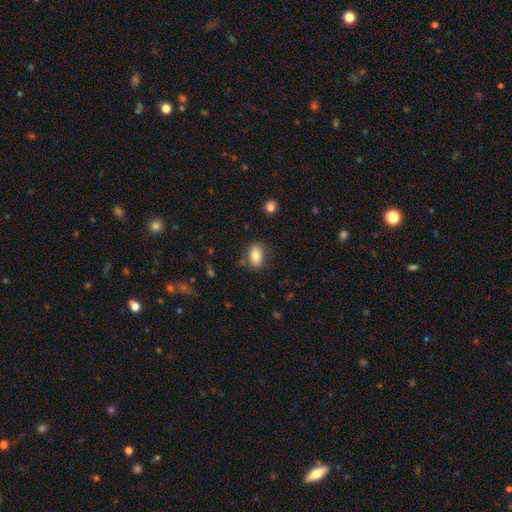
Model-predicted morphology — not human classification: This is likely a smooth galaxy (79%). How rounded: clearly in between (85%). Merging: likely none (76%).